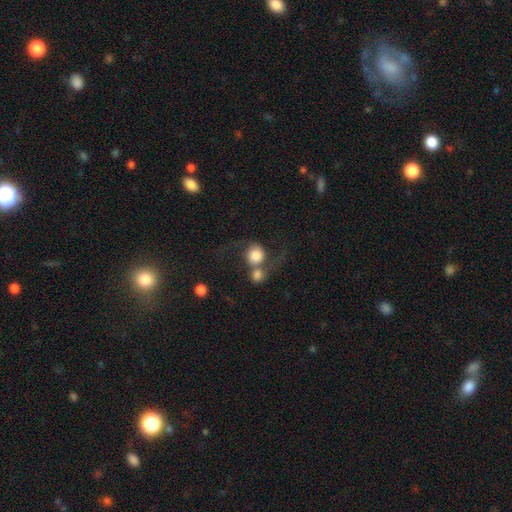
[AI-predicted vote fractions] smooth-or-featured: smooth: 63% | featured or disk: 28% | star or artifact: 9%
  how-rounded: round: 80% | in between: 18% | cigar-shaped: 1%
  merging: merger: 55% | none: 23% | major disturbance: 13% | minor disturbance: 9%